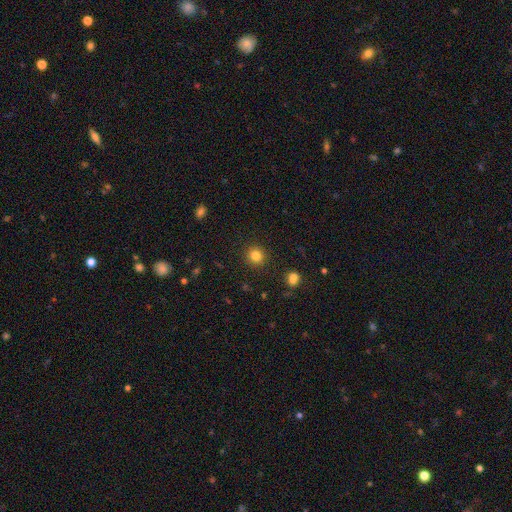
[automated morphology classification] Smooth or featured: smooth — 81% (star or artifact — 13%)
How rounded: round — 89% (in between — 10%)
Merging: none — 90% (minor disturbance — 6%)